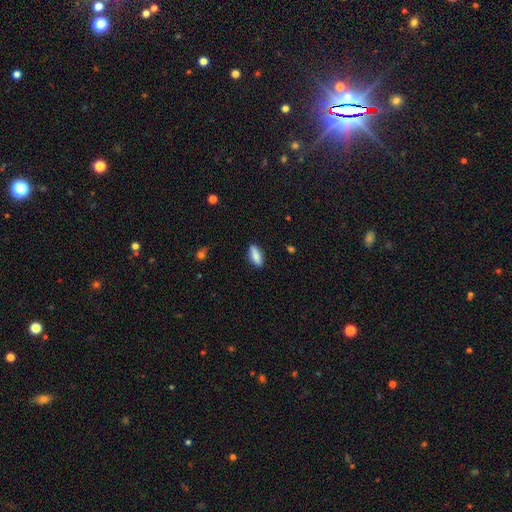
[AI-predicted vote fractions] smooth_or_featured: smooth (p=0.85) [alt: featured or disk p=0.09]
how_rounded: in between (p=0.75) [alt: cigar-shaped p=0.23]
merging: none (p=0.86) [alt: minor disturbance p=0.11]